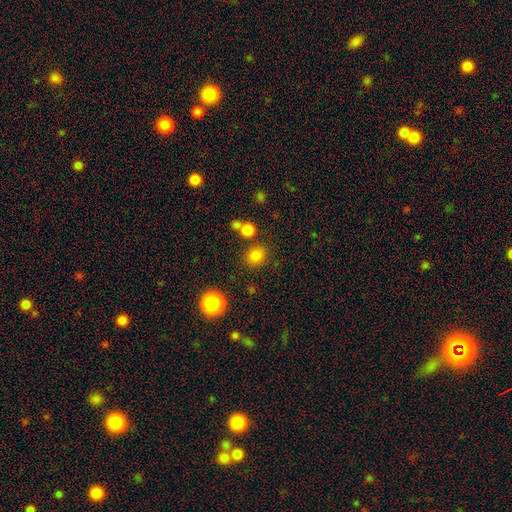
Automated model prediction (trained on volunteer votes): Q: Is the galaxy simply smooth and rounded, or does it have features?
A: smooth — 81%.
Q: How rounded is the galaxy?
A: round — 78%.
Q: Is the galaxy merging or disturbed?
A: none — 79%.